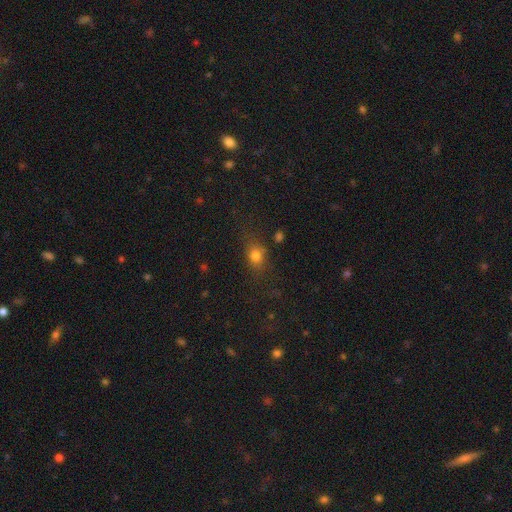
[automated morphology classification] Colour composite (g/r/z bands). It shows a smooth galaxy with no disk features (75%) that is in between round and cigar-shaped (49%). Merging: none (69%).